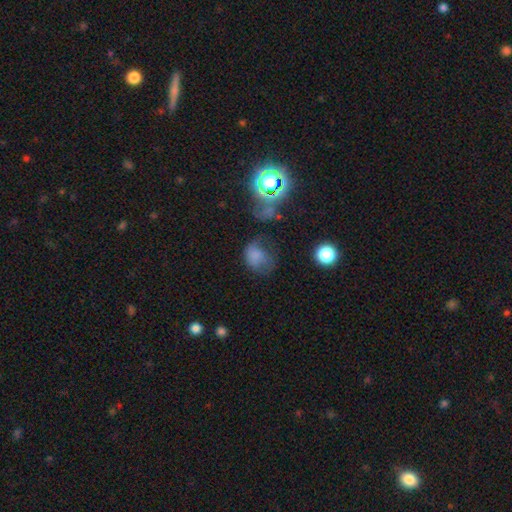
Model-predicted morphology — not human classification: Q: Smooth or featured?
A: smooth (62%); runner-up: featured or disk (20%)
Q: How rounded?
A: in between (53%); runner-up: round (45%)
Q: Merging?
A: major disturbance (37%); runner-up: none (32%)